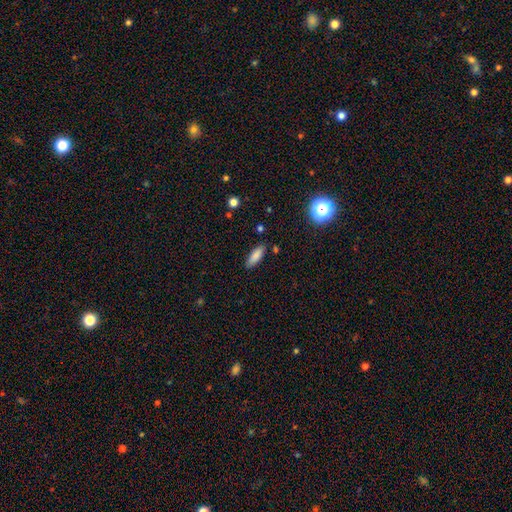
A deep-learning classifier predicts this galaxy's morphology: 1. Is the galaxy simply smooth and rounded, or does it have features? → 84% smooth, 8% star or artifact, 8% featured or disk.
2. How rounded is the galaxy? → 62% in between, 36% cigar-shaped, 2% round.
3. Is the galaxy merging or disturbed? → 85% none, 11% minor disturbance, 2% major disturbance, 2% merger.